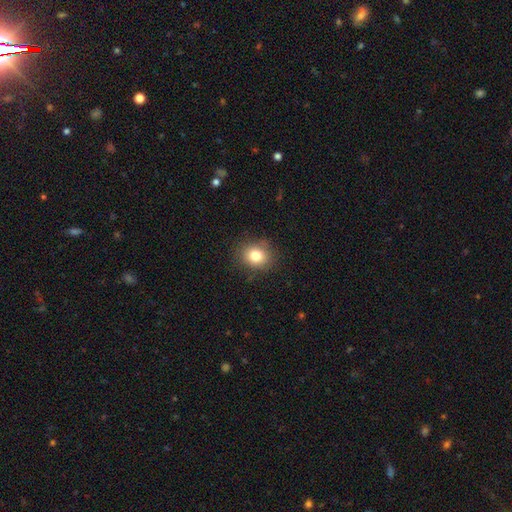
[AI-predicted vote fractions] Q: Smooth or featured?
A: smooth (81%); runner-up: star or artifact (11%)
Q: How rounded?
A: round (69%); runner-up: in between (30%)
Q: Merging?
A: none (84%); runner-up: minor disturbance (12%)